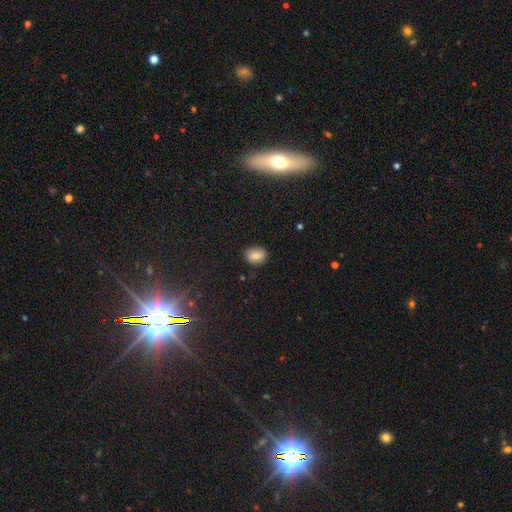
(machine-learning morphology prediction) Smooth or featured? Predicted: smooth (p=0.78). How rounded? Predicted: in between (p=0.54). Merging? Predicted: none (p=0.83).